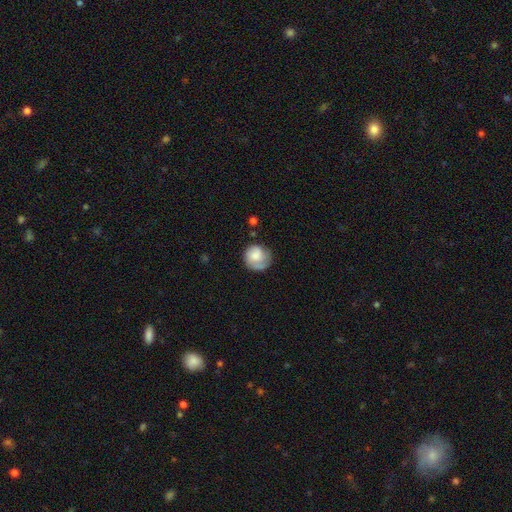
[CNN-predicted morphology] Smooth or featured: smooth — 65% (featured or disk — 29%)
How rounded: round — 86% (in between — 13%)
Merging: none — 61% (minor disturbance — 24%)